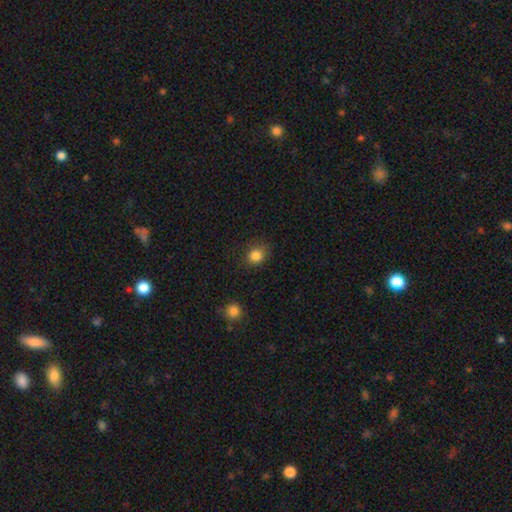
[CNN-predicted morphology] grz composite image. It shows a smooth galaxy with no disk features (84%) that is round (67%). Merging: none (82%).